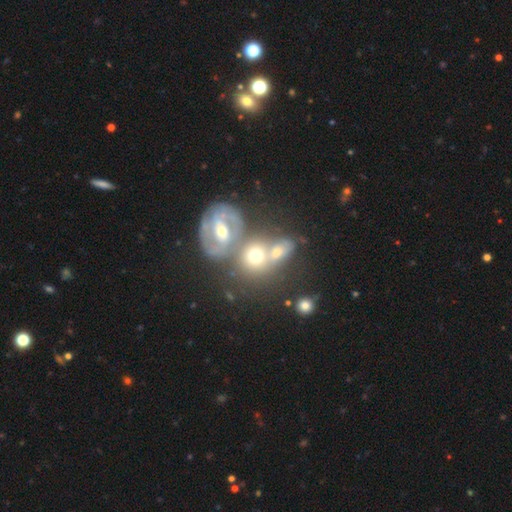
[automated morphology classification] Smooth or featured?
  - featured or disk: 45% *
  - smooth: 44%
  - star or artifact: 10%
Merging?
  - merger: 54% *
  - none: 31%
  - minor disturbance: 10%
  - major disturbance: 6%